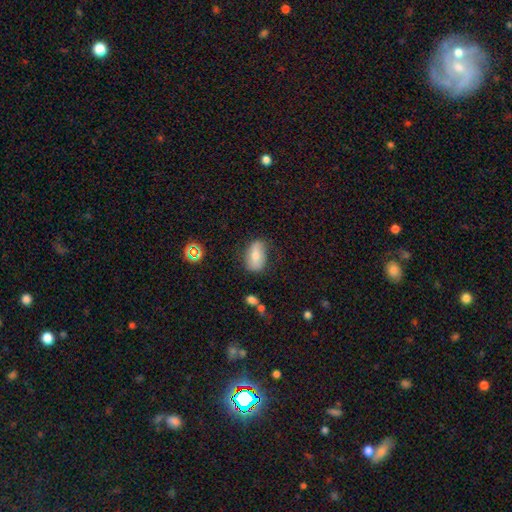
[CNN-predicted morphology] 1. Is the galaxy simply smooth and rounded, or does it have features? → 67% smooth, 24% featured or disk, 9% star or artifact.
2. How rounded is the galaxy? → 90% in between, 7% round, 3% cigar-shaped.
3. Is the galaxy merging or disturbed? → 68% none, 23% minor disturbance, 6% major disturbance, 2% merger.